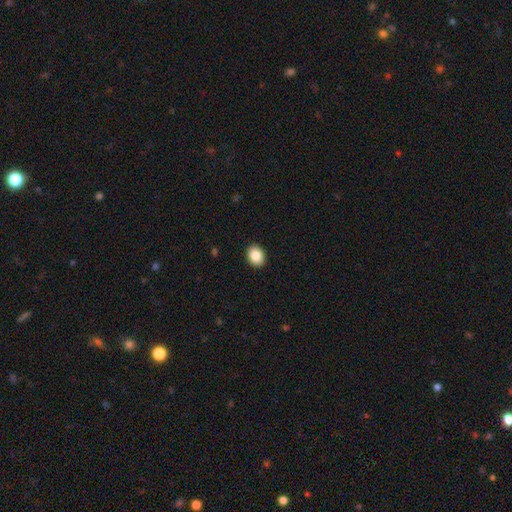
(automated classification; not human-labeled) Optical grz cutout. It shows a smooth galaxy with no disk features (87%) that is in between round and cigar-shaped (59%). Merging: none (92%).